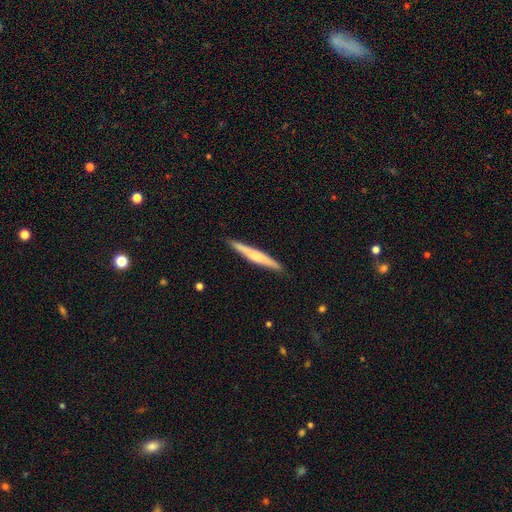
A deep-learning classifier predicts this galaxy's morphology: Smooth or featured? featured or disk (49%)
Merging? none (90%)